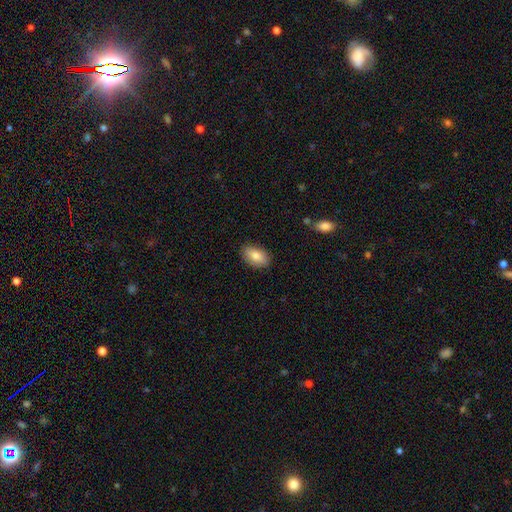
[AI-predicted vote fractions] A smooth galaxy with no disk features (83%) that is in between round and cigar-shaped (91%).

Vote fractions:
- Smooth or featured? smooth: 83% / featured or disk: 10% / star or artifact: 7%
- How rounded? in between: 91% / round: 6% / cigar-shaped: 3%
- Merging? none: 86% / minor disturbance: 11% / major disturbance: 2% / merger: 1%